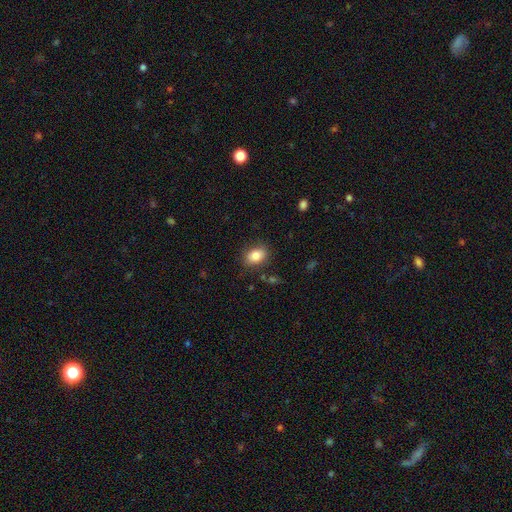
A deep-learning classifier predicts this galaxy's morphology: Q: Smooth or featured?
A: smooth (83%); runner-up: star or artifact (9%)
Q: How rounded?
A: in between (74%); runner-up: round (25%)
Q: Merging?
A: none (82%); runner-up: minor disturbance (12%)